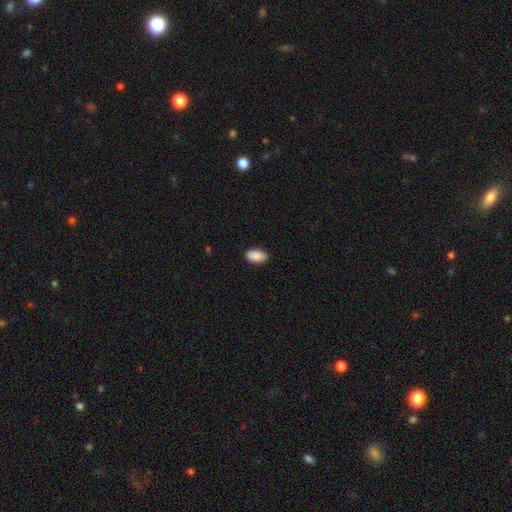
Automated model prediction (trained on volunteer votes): The model was most divided on "merging": none: 87%, minor disturbance: 10%, major disturbance: 2%, merger: 1%. More confident: how rounded — in between (94%); smooth or featured — smooth (90%).